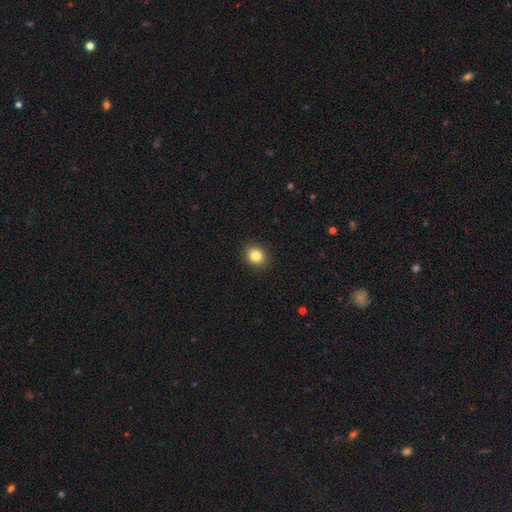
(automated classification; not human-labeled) Smooth or featured? Predicted: smooth (p=0.83). How rounded? Predicted: round (p=0.67). Merging? Predicted: none (p=0.91).